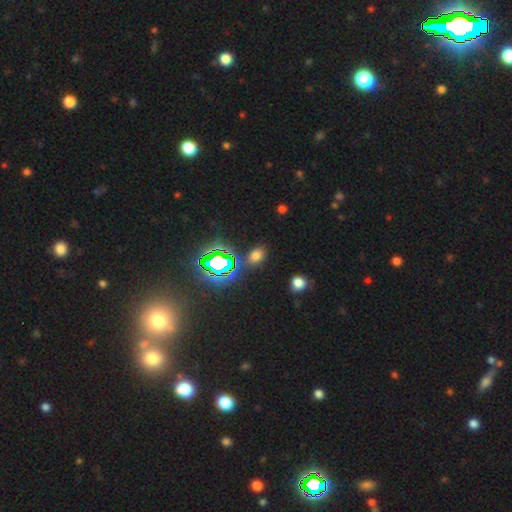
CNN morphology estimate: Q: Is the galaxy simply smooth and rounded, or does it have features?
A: smooth — 55%.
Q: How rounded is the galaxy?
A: in between — 71%.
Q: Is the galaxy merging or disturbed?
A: none — 80%.